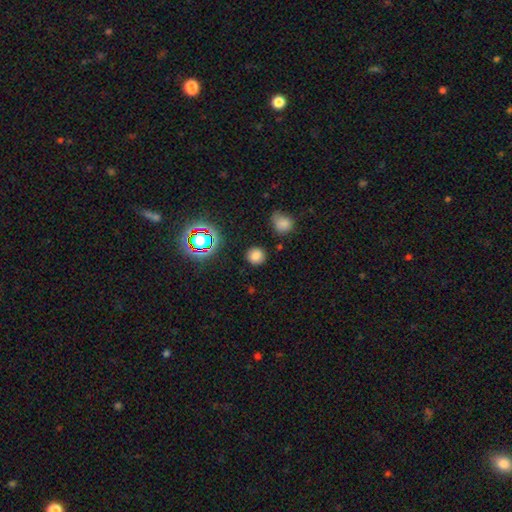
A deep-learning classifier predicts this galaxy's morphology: Smooth or featured? Predicted: smooth (p=0.77). How rounded? Predicted: round (p=0.90). Merging? Predicted: none (p=0.87).